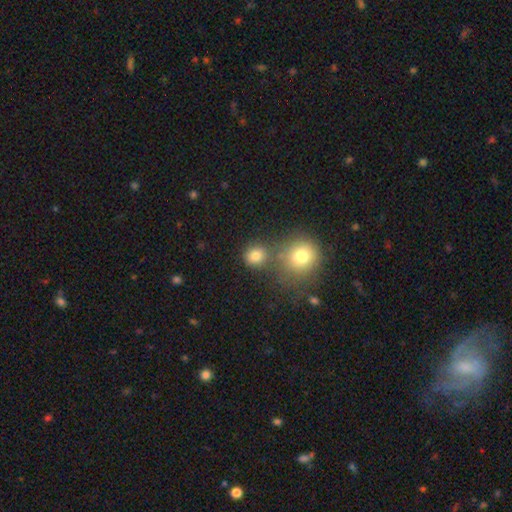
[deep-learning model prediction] This is likely a smooth galaxy (80%). How rounded: likely round (80%). Merging: likely none (67%).